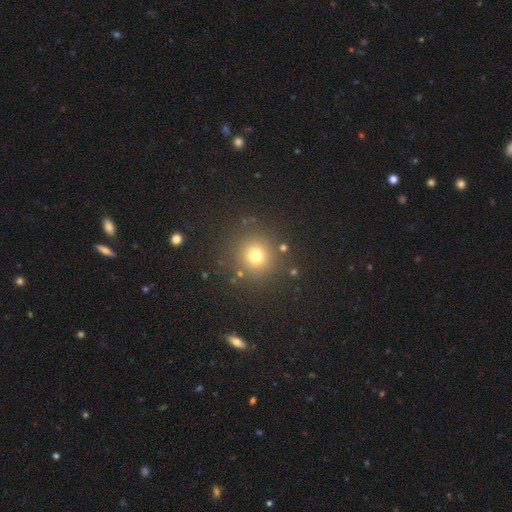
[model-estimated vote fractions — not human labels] smooth-or-featured: smooth: 74% | star or artifact: 18% | featured or disk: 8%
  how-rounded: round: 92% | in between: 7% | cigar-shaped: 1%
  merging: none: 87% | minor disturbance: 7% | major disturbance: 4% | merger: 3%